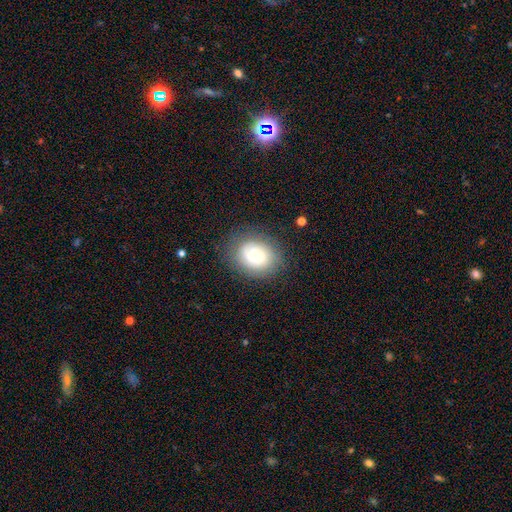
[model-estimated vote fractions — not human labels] Smooth or featured? smooth (57%)
How rounded? round (57%)
Merging? none (79%)